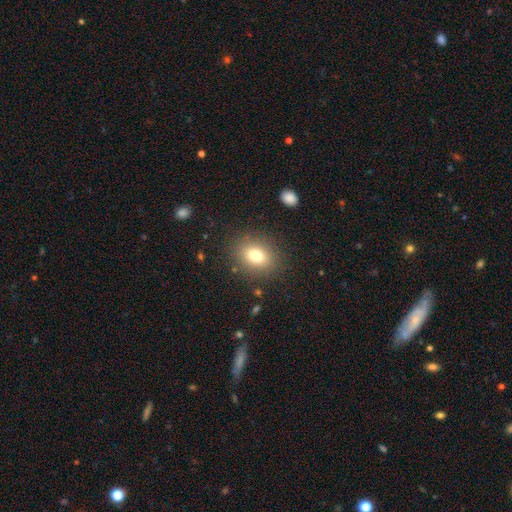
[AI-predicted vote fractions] This appears to be a smooth galaxy with no disk features (76%) that is in between round and cigar-shaped (56%). Merging: none (85%).